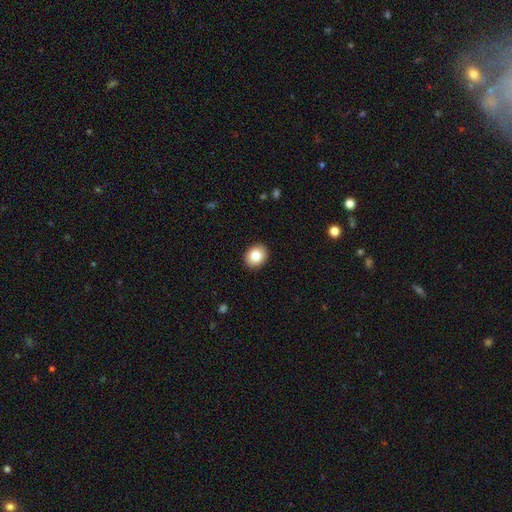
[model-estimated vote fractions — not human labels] Smooth or featured? Predicted: smooth (p=0.84). How rounded? Predicted: round (p=0.51). Merging? Predicted: none (p=0.91).